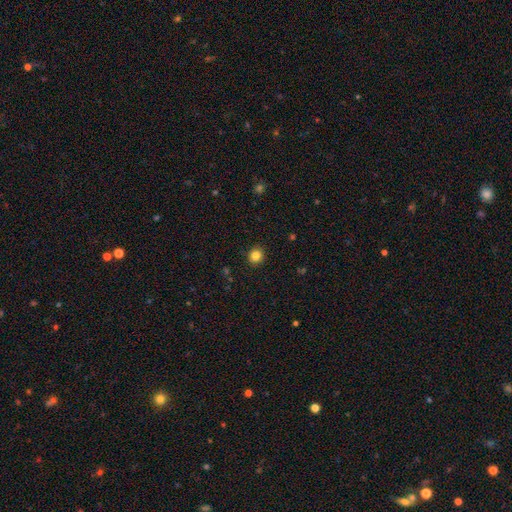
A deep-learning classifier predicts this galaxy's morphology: Smooth or featured: smooth — 84% (star or artifact — 11%)
How rounded: round — 84% (in between — 15%)
Merging: none — 91% (minor disturbance — 6%)